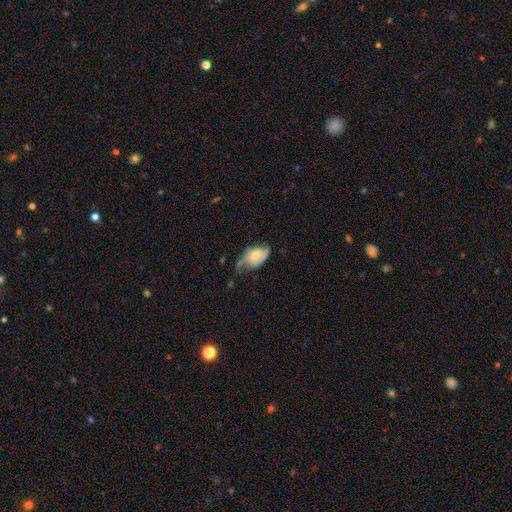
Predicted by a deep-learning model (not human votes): A featured or disk galaxy (52%). Merging: minor disturbance (37%).